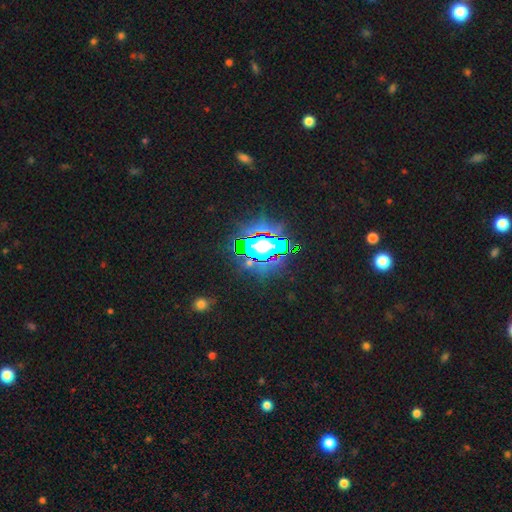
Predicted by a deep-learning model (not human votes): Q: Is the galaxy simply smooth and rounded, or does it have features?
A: star or artifact — 67%.